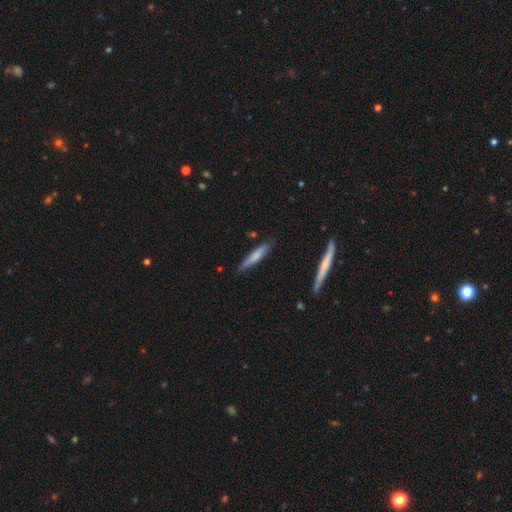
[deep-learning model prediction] Smooth or featured? Predicted: smooth (p=0.66). How rounded? Predicted: cigar-shaped (p=0.89). Merging? Predicted: none (p=0.80).